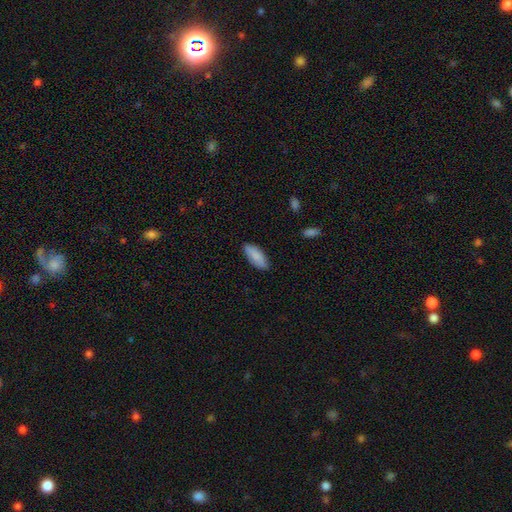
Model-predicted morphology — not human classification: The model was most divided on "how rounded": in between: 80%, cigar-shaped: 19%, round: 2%. More confident: smooth or featured — smooth (87%); merging — none (84%).